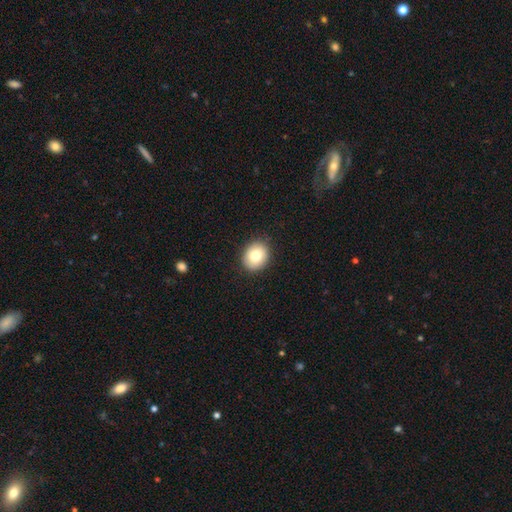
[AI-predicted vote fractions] A smooth galaxy with no disk features (80%) that is round (64%). Merging: none (89%).